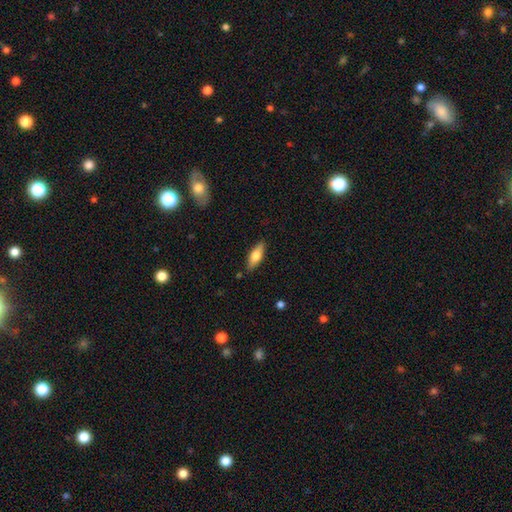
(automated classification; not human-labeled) smooth_or_featured: smooth (p=0.67) [alt: featured or disk p=0.26]
how_rounded: in between (p=0.63) [alt: cigar-shaped p=0.35]
merging: none (p=0.85) [alt: minor disturbance p=0.11]